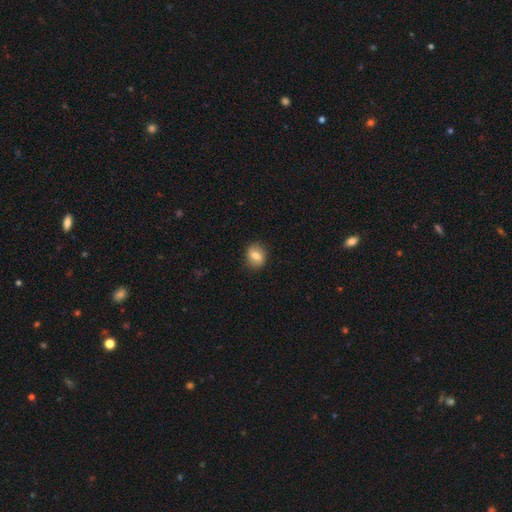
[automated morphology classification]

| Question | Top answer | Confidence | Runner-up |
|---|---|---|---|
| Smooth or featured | smooth | 74% | featured or disk (17%) |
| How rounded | round | 59% | in between (39%) |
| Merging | none | 86% | minor disturbance (10%) |